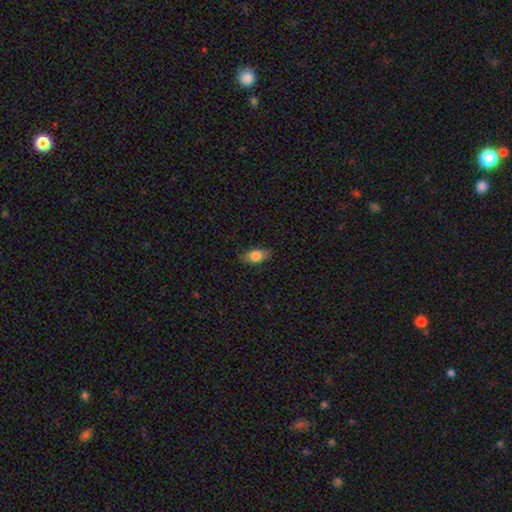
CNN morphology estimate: A smooth galaxy with no disk features (79%) that is in between round and cigar-shaped (82%). Merging: none (81%).